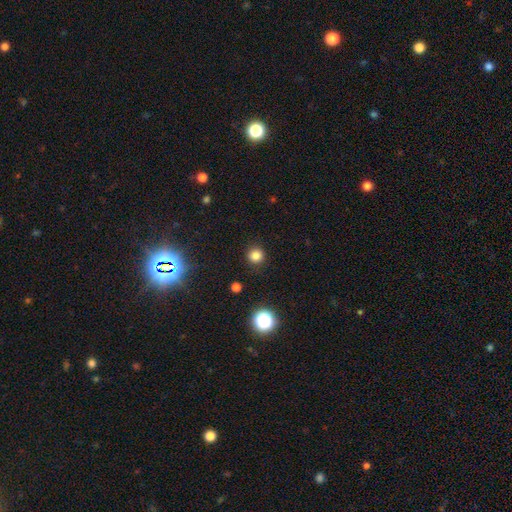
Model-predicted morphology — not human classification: Smooth or featured? smooth (80%)
How rounded? round (94%)
Merging? none (91%)